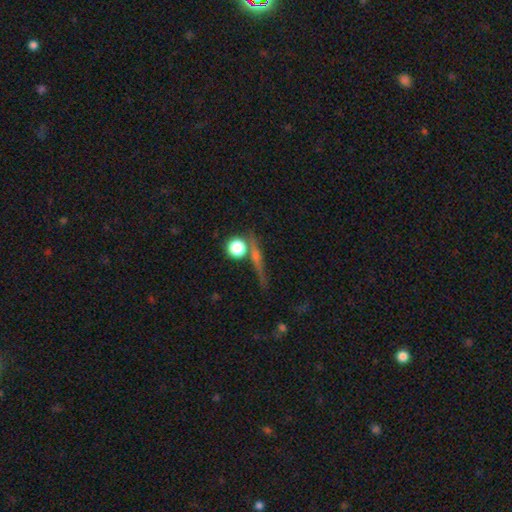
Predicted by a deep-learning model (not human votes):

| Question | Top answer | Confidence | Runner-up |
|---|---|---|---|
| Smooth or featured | smooth | 42% | featured or disk (34%) |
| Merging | none | 74% | minor disturbance (10%) |